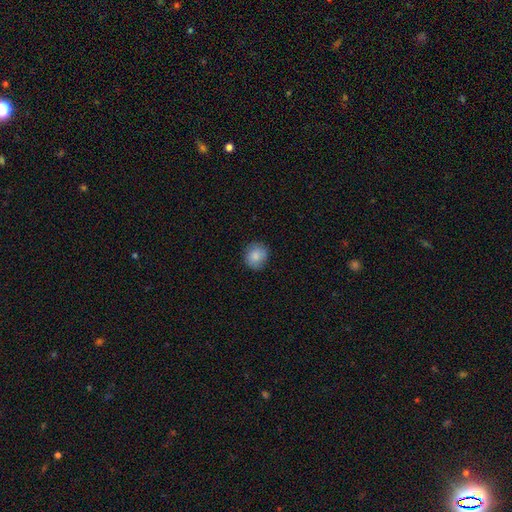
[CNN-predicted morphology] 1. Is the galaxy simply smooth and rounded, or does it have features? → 85% smooth, 8% star or artifact, 7% featured or disk.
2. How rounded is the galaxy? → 85% round, 14% in between, 1% cigar-shaped.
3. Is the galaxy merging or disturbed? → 85% none, 12% minor disturbance, 2% major disturbance, 1% merger.